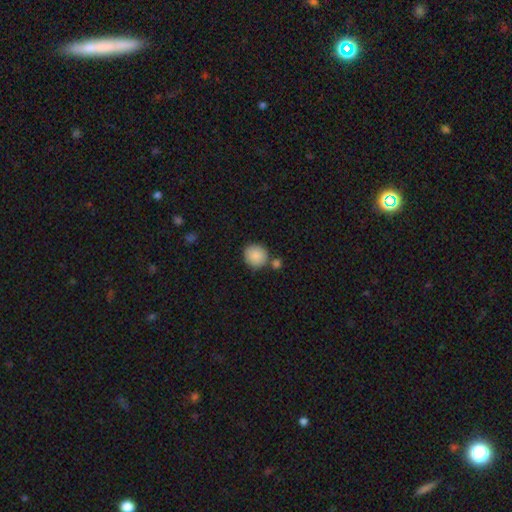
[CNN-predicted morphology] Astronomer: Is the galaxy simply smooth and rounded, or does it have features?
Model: smooth — 88%.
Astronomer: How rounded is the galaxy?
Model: round — 91%.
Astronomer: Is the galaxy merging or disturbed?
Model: none — 71%.